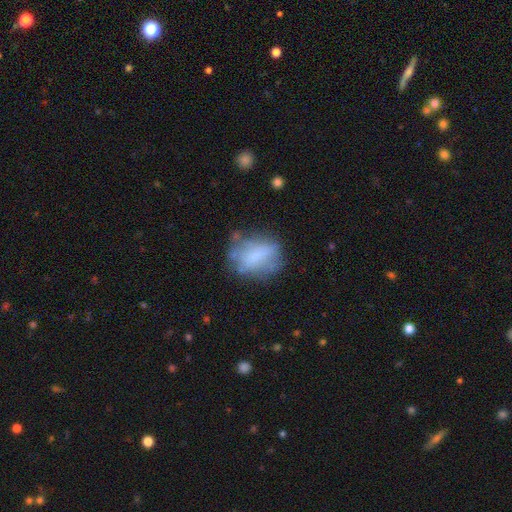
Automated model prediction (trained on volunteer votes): This is possibly a smooth galaxy (58%). How rounded: likely in between (62%). Merging: possibly none (49%).